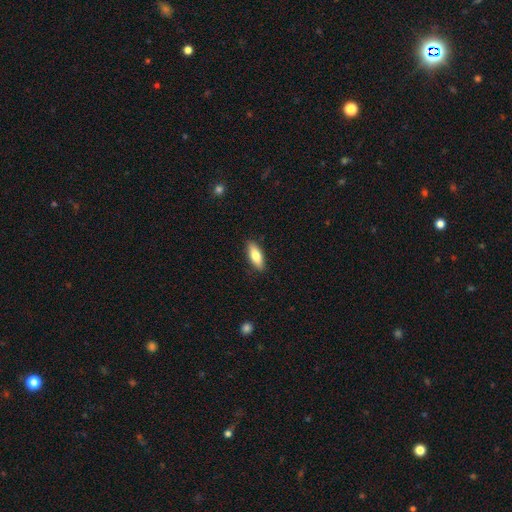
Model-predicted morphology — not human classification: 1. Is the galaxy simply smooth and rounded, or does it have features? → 75% smooth, 19% featured or disk, 6% star or artifact.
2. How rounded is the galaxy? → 65% in between, 33% cigar-shaped, 2% round.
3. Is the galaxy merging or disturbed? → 88% none, 9% minor disturbance, 2% major disturbance, 1% merger.